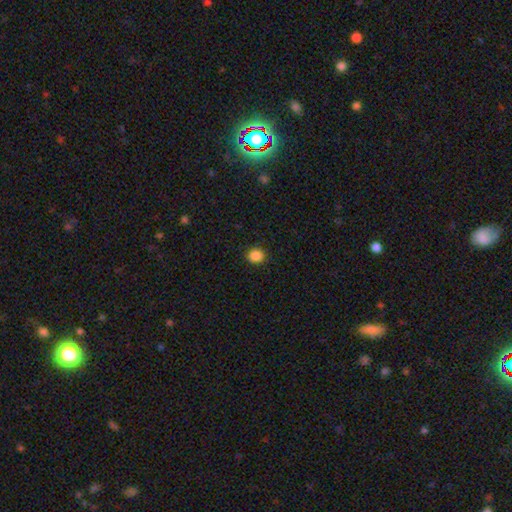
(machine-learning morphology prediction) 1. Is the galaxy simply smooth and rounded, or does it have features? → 87% smooth, 10% star or artifact, 3% featured or disk.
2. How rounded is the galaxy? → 73% round, 26% in between, 1% cigar-shaped.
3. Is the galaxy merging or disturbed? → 90% none, 6% minor disturbance, 2% major disturbance, 1% merger.